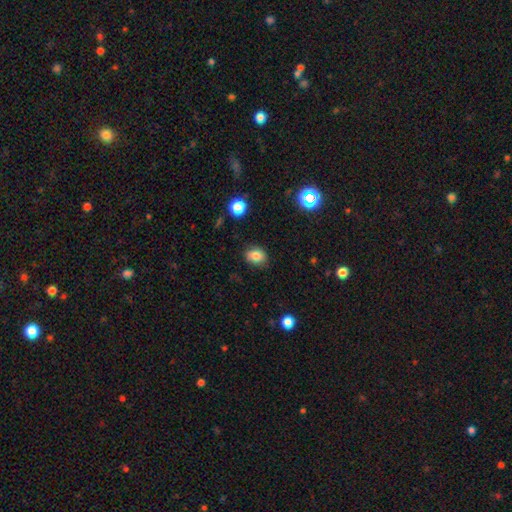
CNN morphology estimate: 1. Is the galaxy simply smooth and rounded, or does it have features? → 81% smooth, 11% star or artifact, 7% featured or disk.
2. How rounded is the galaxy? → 60% in between, 39% round, 1% cigar-shaped.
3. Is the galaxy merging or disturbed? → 81% none, 14% minor disturbance, 3% major disturbance, 1% merger.